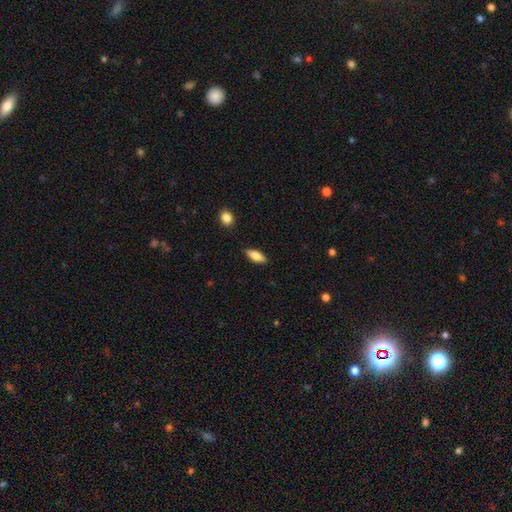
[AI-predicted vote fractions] smooth 72%, featured or disk 21%, star or artifact 7%. Down the decision tree: how rounded — in between (70%); merging — none (87%).